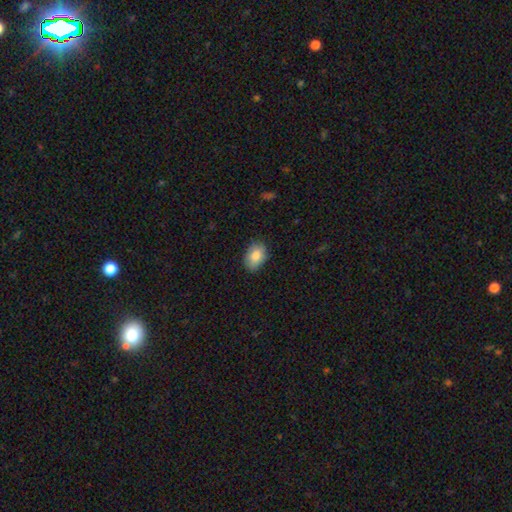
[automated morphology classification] Overall: smooth (83%). How rounded: in between (83%). Merging: none (82%).